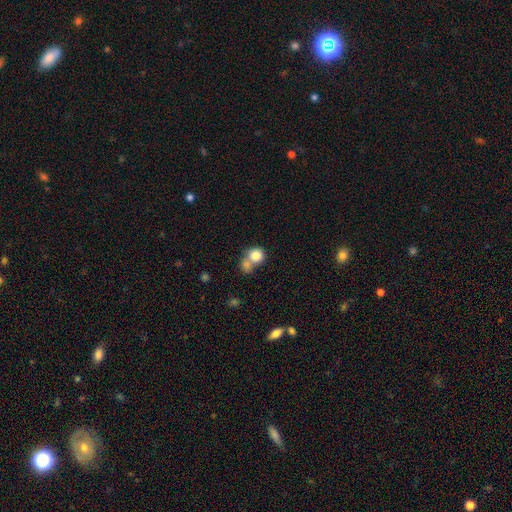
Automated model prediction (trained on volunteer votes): A smooth galaxy with no disk features (80%) that is round (81%). Merging: merger (52%).